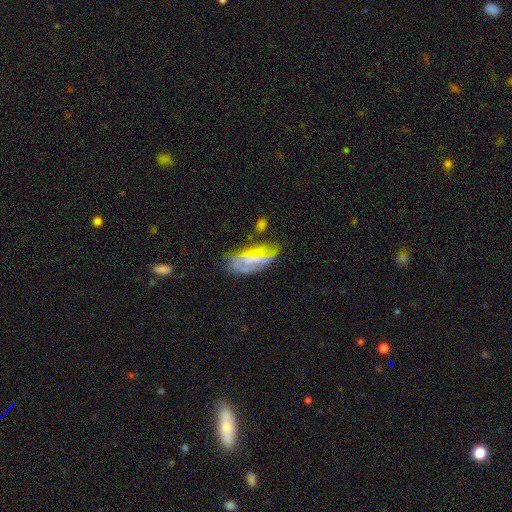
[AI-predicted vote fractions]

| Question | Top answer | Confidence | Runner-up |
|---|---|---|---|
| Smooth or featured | featured or disk | 60% | smooth (29%) |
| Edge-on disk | no | 79% | yes (21%) |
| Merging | none | 58% | minor disturbance (25%) |